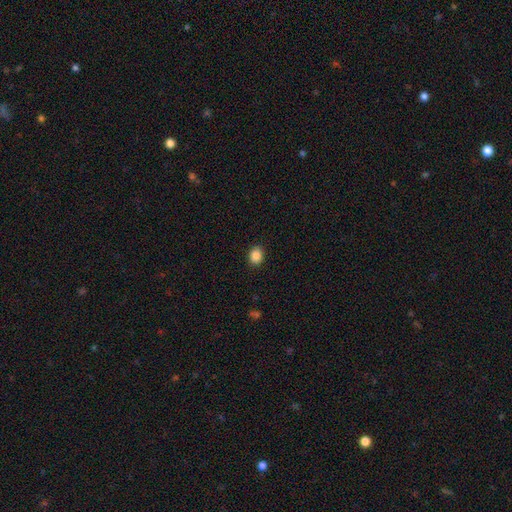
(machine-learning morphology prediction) smooth_or_featured: smooth (p=0.88) [alt: star or artifact p=0.10]
how_rounded: round (p=0.57) [alt: in between p=0.42]
merging: none (p=0.90) [alt: minor disturbance p=0.07]